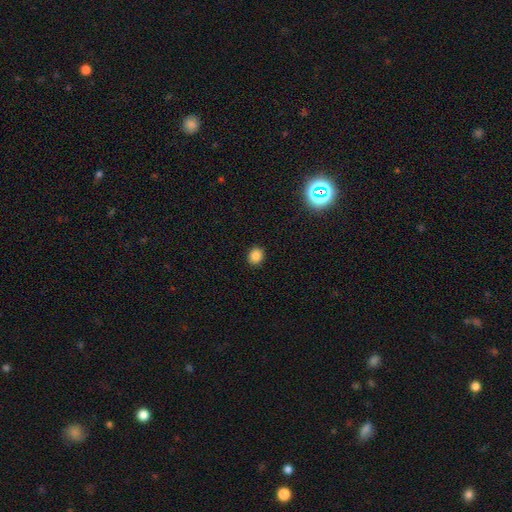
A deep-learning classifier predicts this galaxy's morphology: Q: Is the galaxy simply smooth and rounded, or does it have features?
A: smooth — 84%.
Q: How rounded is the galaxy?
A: round — 75%.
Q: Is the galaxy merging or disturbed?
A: none — 91%.